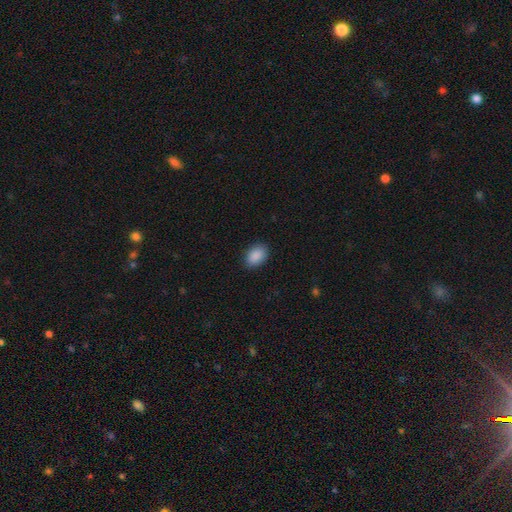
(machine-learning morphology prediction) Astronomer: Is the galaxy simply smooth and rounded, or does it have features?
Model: smooth — 90%.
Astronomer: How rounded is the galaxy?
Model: in between — 82%.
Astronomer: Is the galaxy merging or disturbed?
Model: none — 86%.